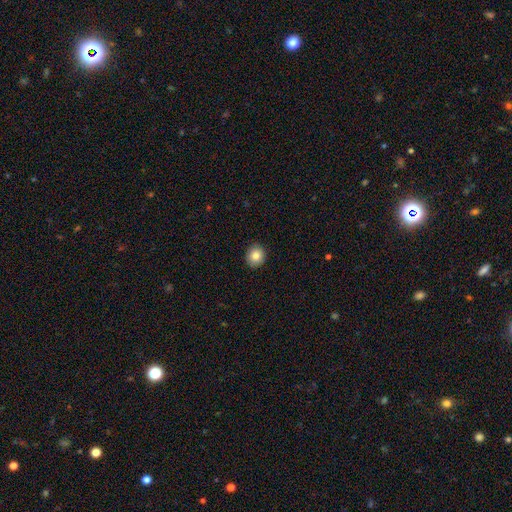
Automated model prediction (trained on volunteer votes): A smooth galaxy with no disk features (84%) that is round (82%). Merging: none (92%).